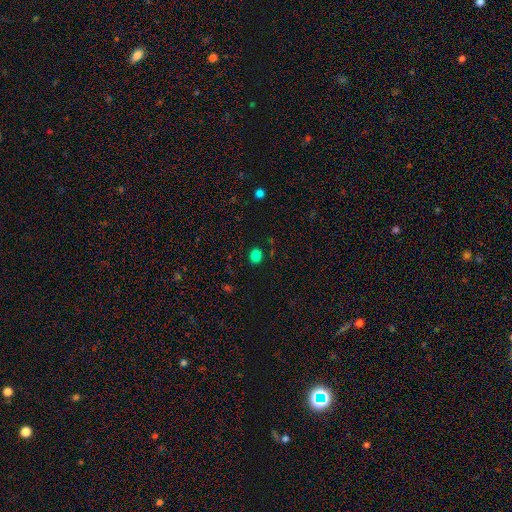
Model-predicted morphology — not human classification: Smooth or featured? Predicted: smooth (p=0.82). How rounded? Predicted: round (p=0.67). Merging? Predicted: none (p=0.88).